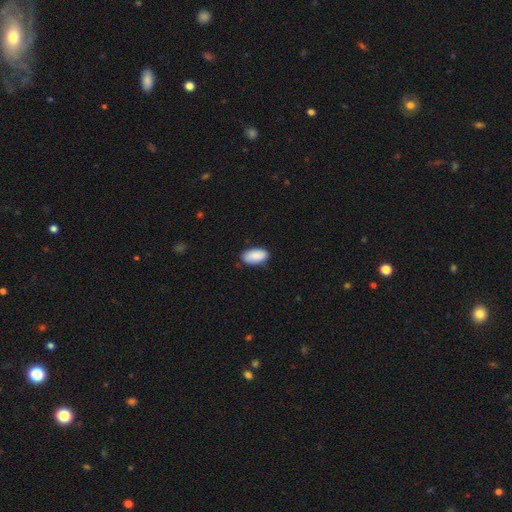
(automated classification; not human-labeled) Overall: smooth (90%). How rounded: in between (94%). Merging: none (83%).